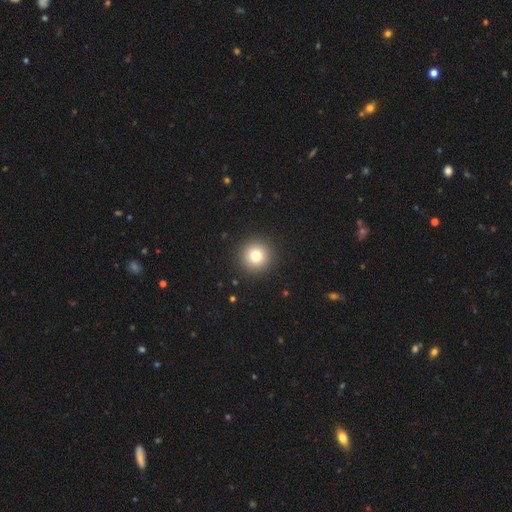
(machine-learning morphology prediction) Smooth or featured? Predicted: smooth (p=0.78). How rounded? Predicted: round (p=0.96). Merging? Predicted: none (p=0.92).